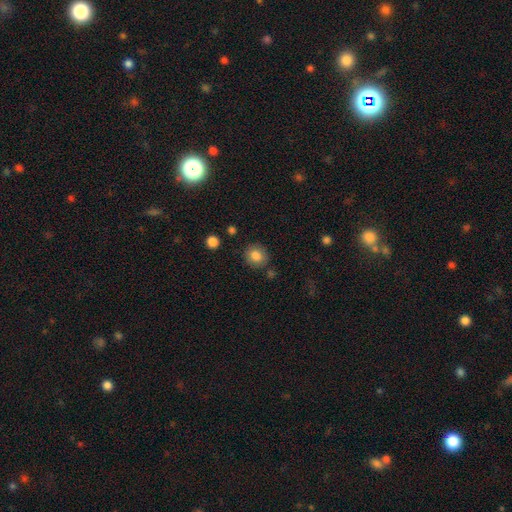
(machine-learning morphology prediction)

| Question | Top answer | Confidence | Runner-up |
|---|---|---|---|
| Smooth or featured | smooth | 84% | star or artifact (9%) |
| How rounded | round | 82% | in between (17%) |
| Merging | none | 84% | minor disturbance (10%) |